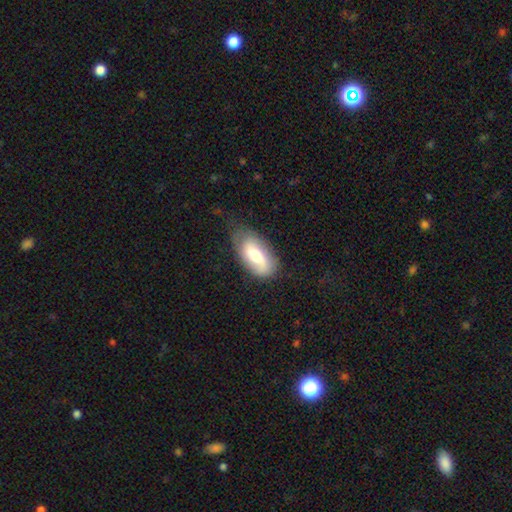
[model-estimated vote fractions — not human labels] Overall: smooth (56%; featured or disk 37%). How rounded: in between (91%). Merging: none (61%; minor disturbance 29%).